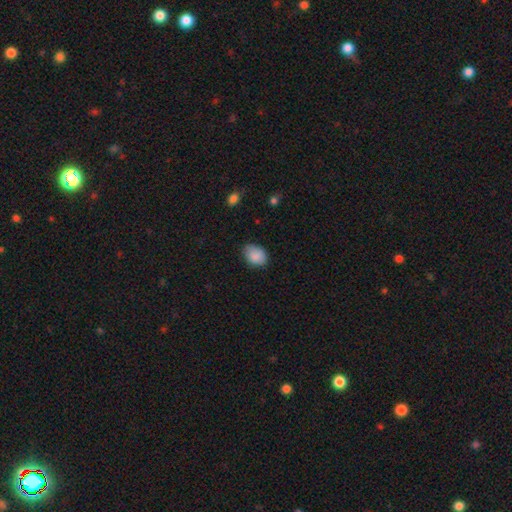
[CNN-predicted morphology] Q: Smooth or featured?
A: smooth (88%); runner-up: star or artifact (8%)
Q: How rounded?
A: in between (70%); runner-up: round (29%)
Q: Merging?
A: none (74%); runner-up: minor disturbance (22%)